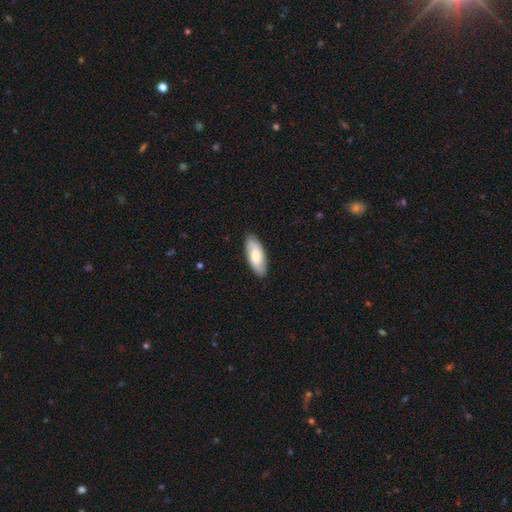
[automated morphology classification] Smooth or featured: smooth — 66% (featured or disk — 29%)
How rounded: in between — 80% (cigar-shaped — 18%)
Merging: none — 86% (minor disturbance — 11%)